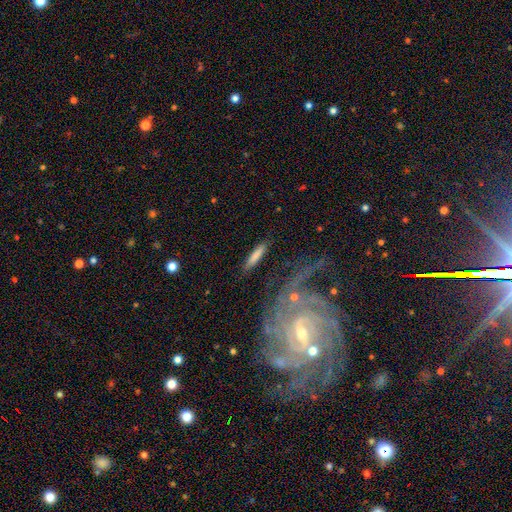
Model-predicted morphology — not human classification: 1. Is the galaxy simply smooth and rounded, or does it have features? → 76% smooth, 19% featured or disk, 6% star or artifact.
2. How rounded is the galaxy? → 85% cigar-shaped, 14% in between, 2% round.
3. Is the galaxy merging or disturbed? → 79% none, 12% minor disturbance, 5% major disturbance, 4% merger.